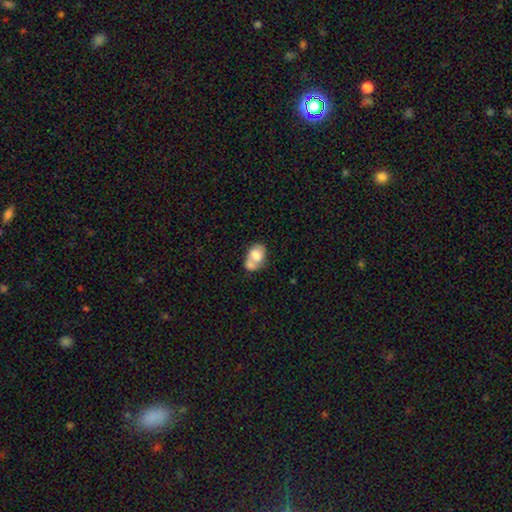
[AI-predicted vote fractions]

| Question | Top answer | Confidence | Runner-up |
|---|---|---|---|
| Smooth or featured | smooth | 65% | featured or disk (26%) |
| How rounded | in between | 77% | round (22%) |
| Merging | merger | 49% | none (27%) |